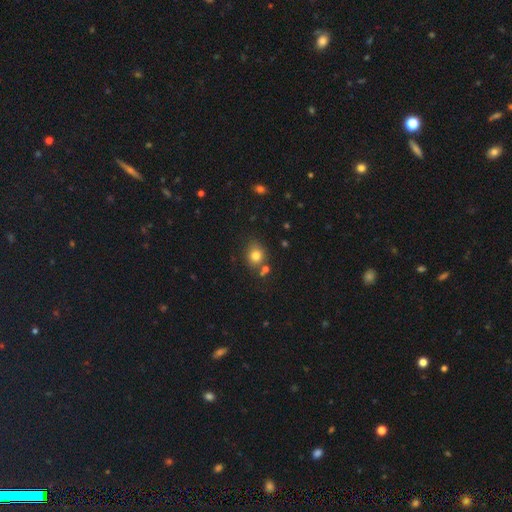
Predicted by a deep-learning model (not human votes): Smooth or featured?
  - smooth: 80% *
  - star or artifact: 12%
  - featured or disk: 8%
How rounded?
  - round: 68% *
  - in between: 31%
  - cigar-shaped: 1%
Merging?
  - none: 69% *
  - minor disturbance: 15%
  - merger: 12%
  - major disturbance: 4%